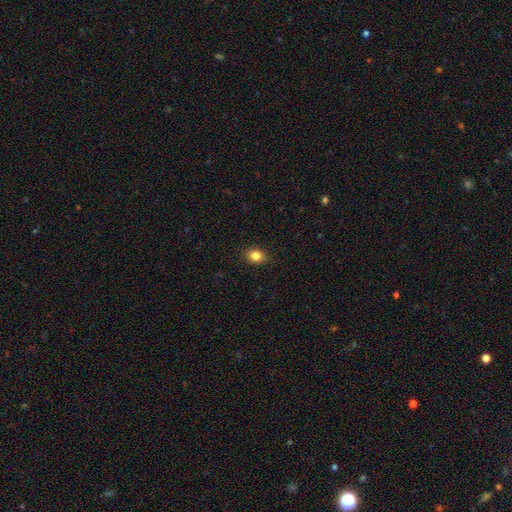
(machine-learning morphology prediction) smooth 84%, star or artifact 10%, featured or disk 6%. Down the decision tree: how rounded — in between (55%); merging — none (89%).